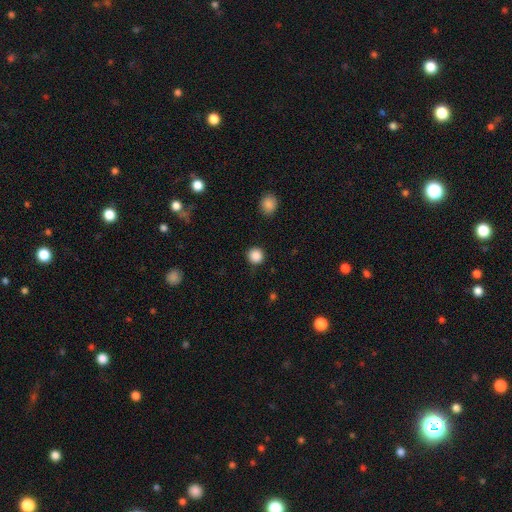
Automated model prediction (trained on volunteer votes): Smooth or featured: smooth — 87% (star or artifact — 10%)
How rounded: round — 94% (in between — 5%)
Merging: none — 91% (minor disturbance — 6%)